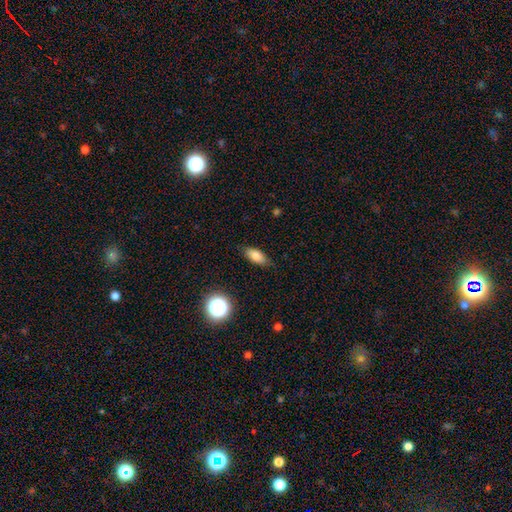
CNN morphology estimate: Overall: smooth (82%). How rounded: in between (83%). Merging: none (81%).